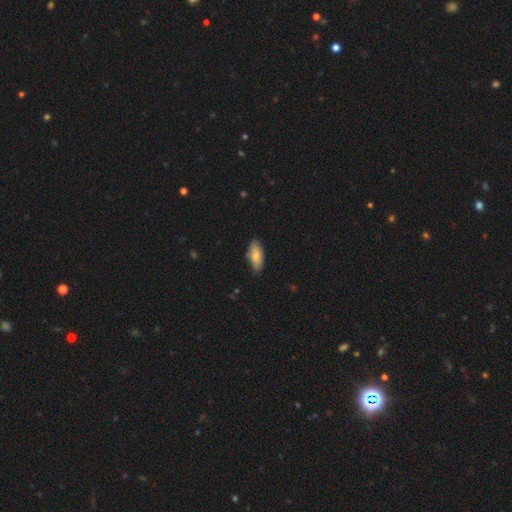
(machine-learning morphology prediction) Smooth or featured: smooth — 76% (featured or disk — 18%)
How rounded: in between — 85% (cigar-shaped — 12%)
Merging: none — 84% (minor disturbance — 13%)